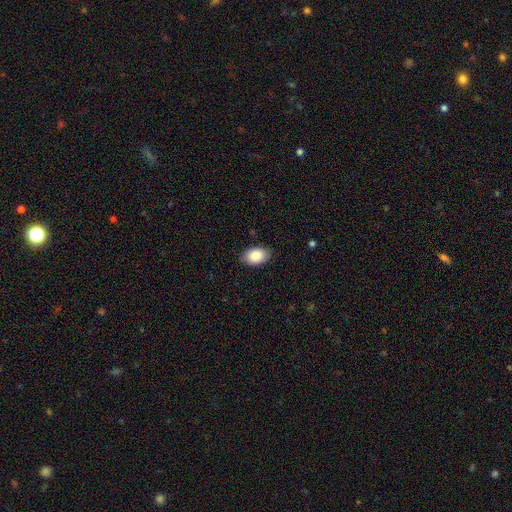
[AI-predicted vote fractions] Smooth or featured? Predicted: smooth (p=0.87). How rounded? Predicted: in between (p=0.88). Merging? Predicted: none (p=0.87).